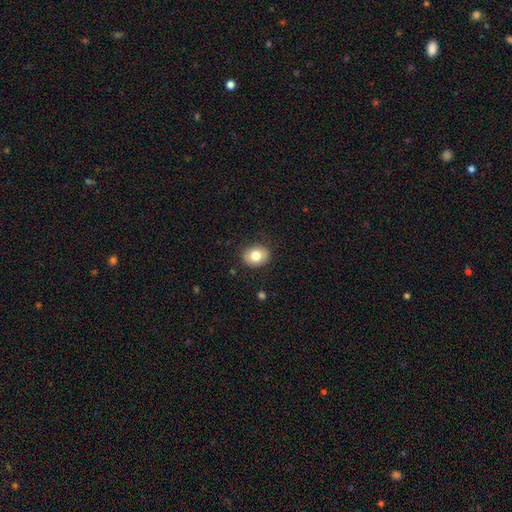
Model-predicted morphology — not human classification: smooth_or_featured: smooth (p=0.79) [alt: featured or disk p=0.12]
how_rounded: in between (p=0.50) [alt: round p=0.49]
merging: none (p=0.86) [alt: minor disturbance p=0.10]